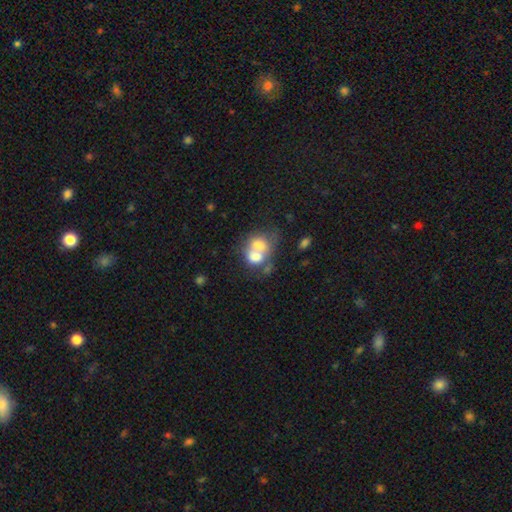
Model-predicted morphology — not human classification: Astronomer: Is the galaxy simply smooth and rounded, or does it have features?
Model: smooth — 65%.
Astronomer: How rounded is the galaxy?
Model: round — 50% (runner-up: in between, 49%).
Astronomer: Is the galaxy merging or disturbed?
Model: merger — 70%.